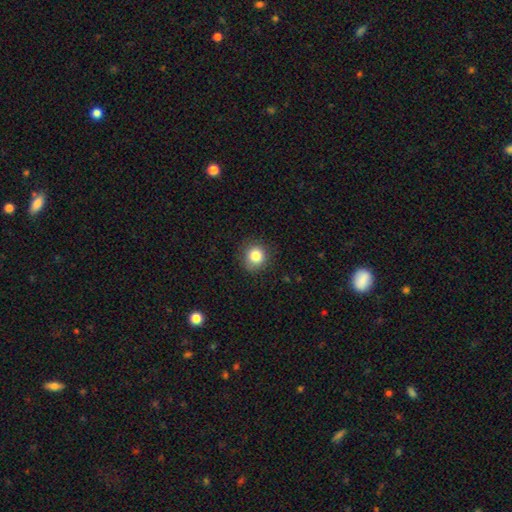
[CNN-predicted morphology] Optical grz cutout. It shows a smooth galaxy with no disk features (82%) that is round (89%). Merging: none (87%).